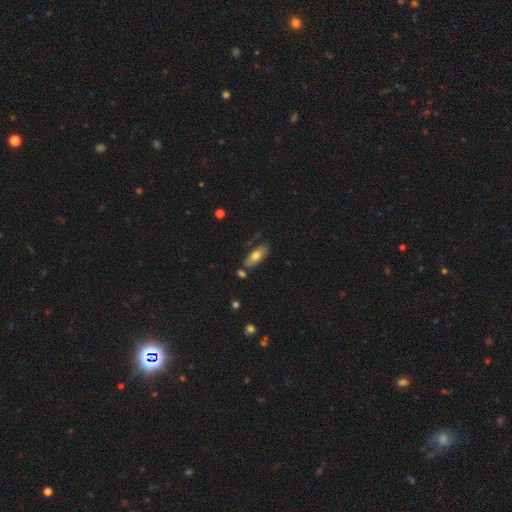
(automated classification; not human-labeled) Q: Smooth or featured?
A: smooth (66%); runner-up: featured or disk (27%)
Q: How rounded?
A: in between (78%); runner-up: cigar-shaped (19%)
Q: Merging?
A: none (75%); runner-up: minor disturbance (15%)